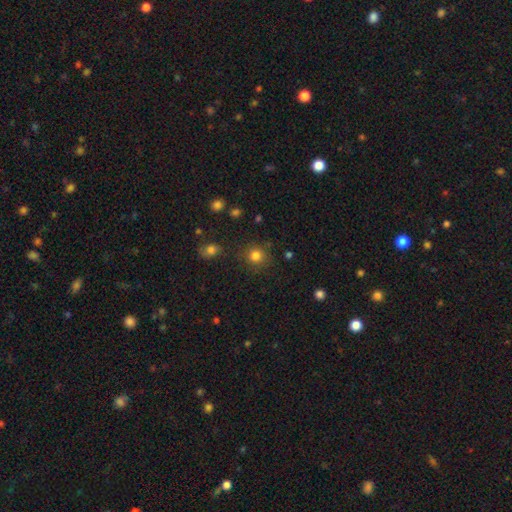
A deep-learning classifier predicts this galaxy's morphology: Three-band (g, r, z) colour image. It shows a smooth galaxy with no disk features (81%) that is round (91%). Merging: none (85%).